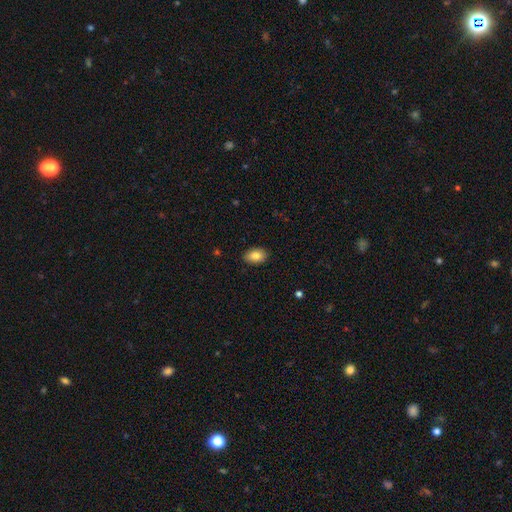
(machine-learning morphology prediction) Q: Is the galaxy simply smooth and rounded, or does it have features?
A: smooth — 84%.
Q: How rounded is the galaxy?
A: in between — 86%.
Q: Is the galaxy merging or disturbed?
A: none — 87%.